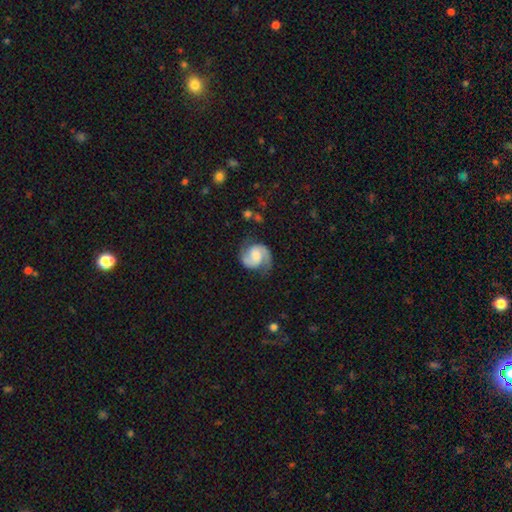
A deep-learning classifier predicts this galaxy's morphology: smooth_or_featured: featured or disk (p=0.84) [alt: smooth p=0.11]
disk_edge_on: no (p=0.98) [alt: yes p=0.02]
bar: no (p=0.47) [alt: weak p=0.42]
has_spiral_arms: yes (p=0.97) [alt: no p=0.03]
spiral_winding: medium (p=0.53) [alt: tight p=0.28]
spiral_arm_count: 2 (p=0.91) [alt: can't tell p=0.03]
bulge_size: moderate (p=0.39) [alt: small p=0.25]
merging: none (p=0.73) [alt: minor disturbance p=0.18]